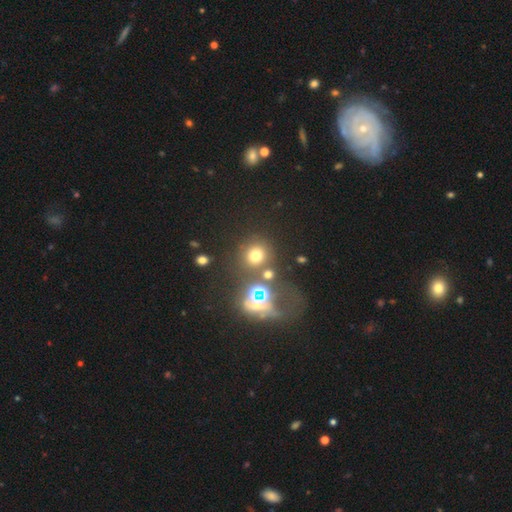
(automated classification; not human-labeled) A smooth galaxy with no disk features (61%) that is round (87%).

Vote fractions:
- Smooth or featured? smooth: 61% / star or artifact: 28% / featured or disk: 11%
- How rounded? round: 87% / in between: 12% / cigar-shaped: 1%
- Merging? none: 67% / merger: 14% / minor disturbance: 10% / major disturbance: 9%